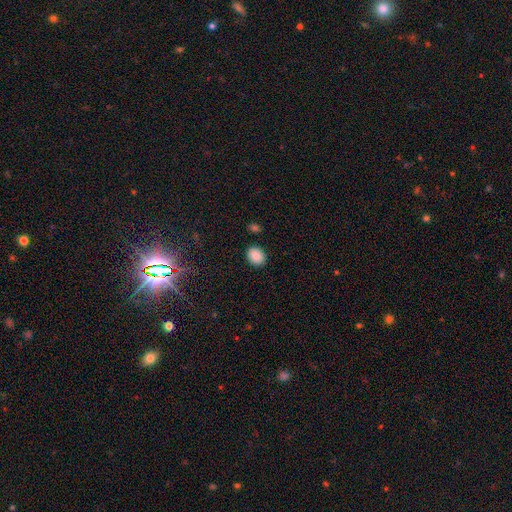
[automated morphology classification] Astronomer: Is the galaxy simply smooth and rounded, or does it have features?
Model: smooth — 88%.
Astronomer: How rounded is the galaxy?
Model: in between — 52% (runner-up: round, 47%).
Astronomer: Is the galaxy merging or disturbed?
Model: none — 88%.